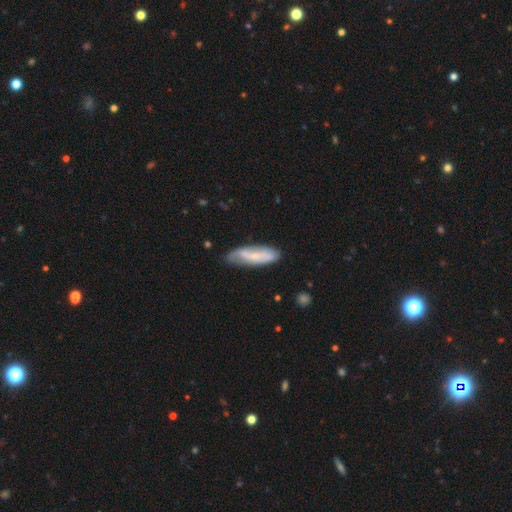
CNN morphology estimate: The model was most divided on "smooth or featured": smooth: 48%, featured or disk: 46%, star or artifact: 6%. More confident: merging — none (68%).